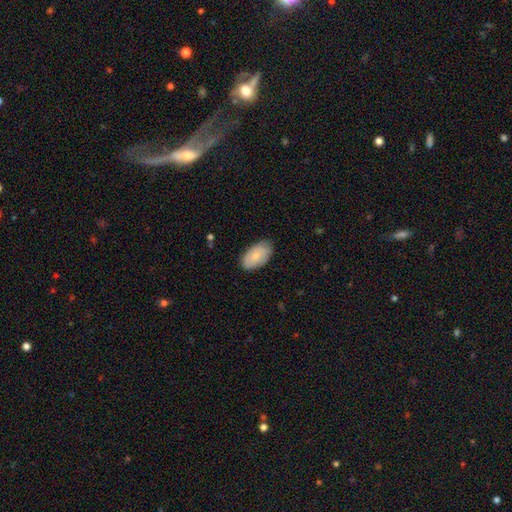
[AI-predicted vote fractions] A smooth galaxy with no disk features (73%) that is in between round and cigar-shaped (94%).

Vote fractions:
- Smooth or featured? smooth: 73% / featured or disk: 21% / star or artifact: 6%
- How rounded? in between: 94% / round: 4% / cigar-shaped: 2%
- Merging? none: 78% / minor disturbance: 18% / major disturbance: 3% / merger: 1%